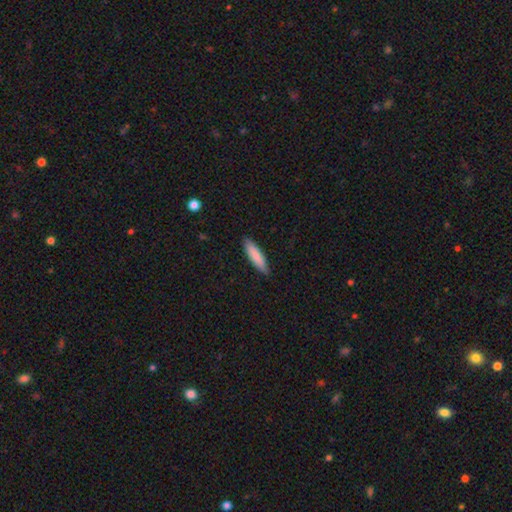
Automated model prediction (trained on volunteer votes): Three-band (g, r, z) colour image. It shows a smooth galaxy with no disk features (85%) that is cigar-shaped (71%). Merging: none (88%).